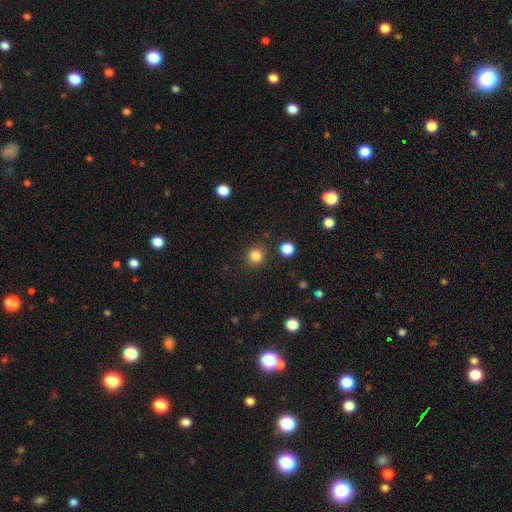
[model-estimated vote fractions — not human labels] Morphology: type=smooth (83%); roundness=round (90%); merging=none (87%).